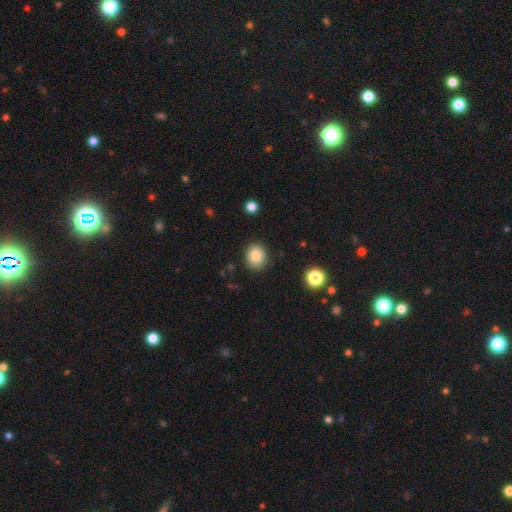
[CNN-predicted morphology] Smooth or featured? Predicted: smooth (p=0.85). How rounded? Predicted: round (p=0.70). Merging? Predicted: none (p=0.87).